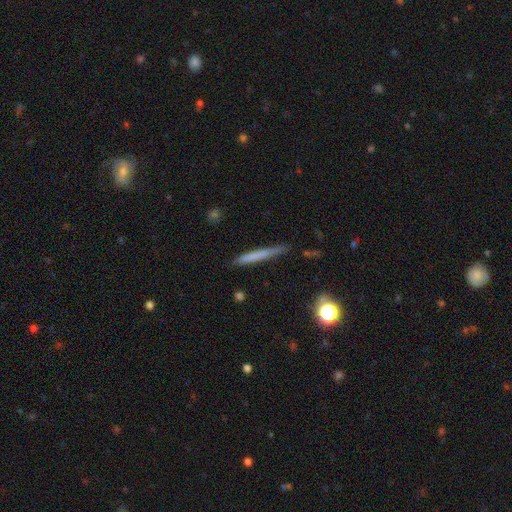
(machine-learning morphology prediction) smooth 62%, featured or disk 30%, star or artifact 8%. Down the decision tree: how rounded — cigar-shaped (95%); merging — none (80%).